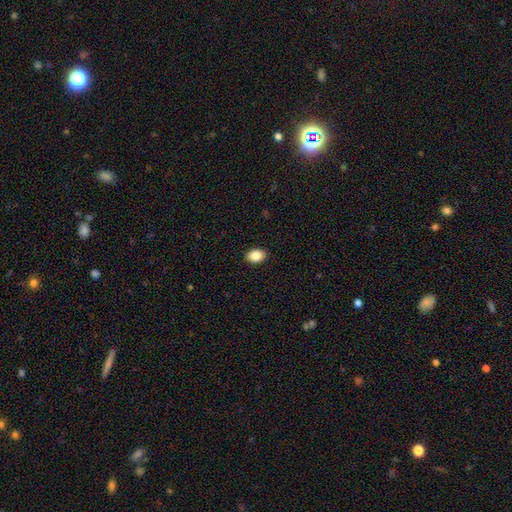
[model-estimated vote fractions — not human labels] smooth 86%, star or artifact 8%, featured or disk 6%. Down the decision tree: how rounded — in between (83%); merging — none (91%).